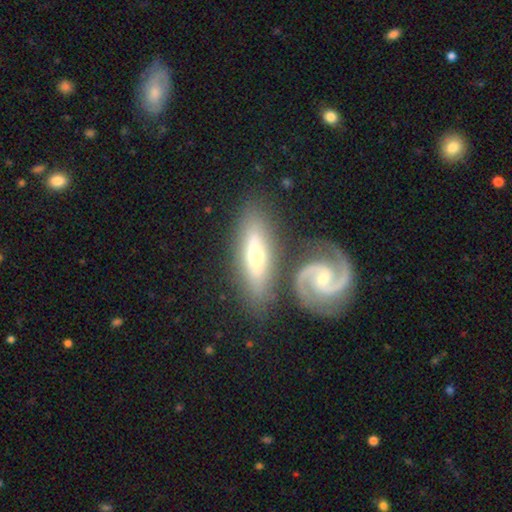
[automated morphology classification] This appears to be a featured or disk galaxy (69%) with no bar (51%), spiral arms (87%) and a moderate central bulge (53%). Merging: none (66%).